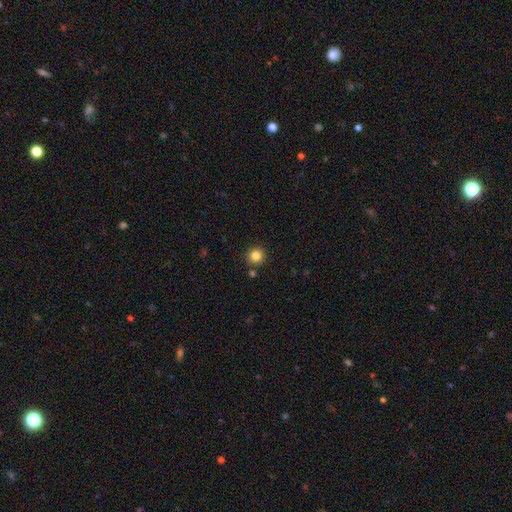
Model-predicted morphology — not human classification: smooth_or_featured: smooth (p=0.83) [alt: star or artifact p=0.12]
how_rounded: round (p=0.94) [alt: in between p=0.05]
merging: none (p=0.87) [alt: minor disturbance p=0.07]